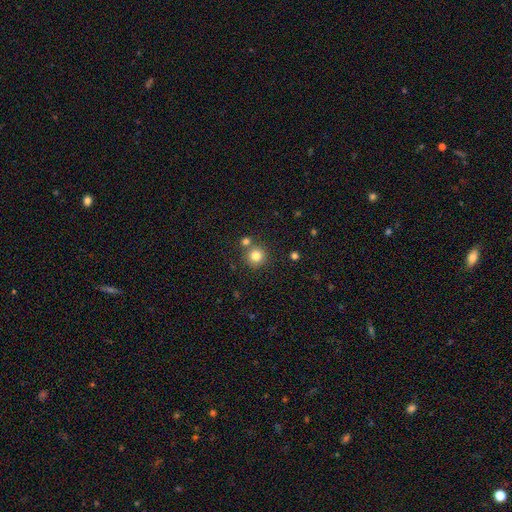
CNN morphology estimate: type=smooth (81%); roundness=round (94%); merging=none (75%).